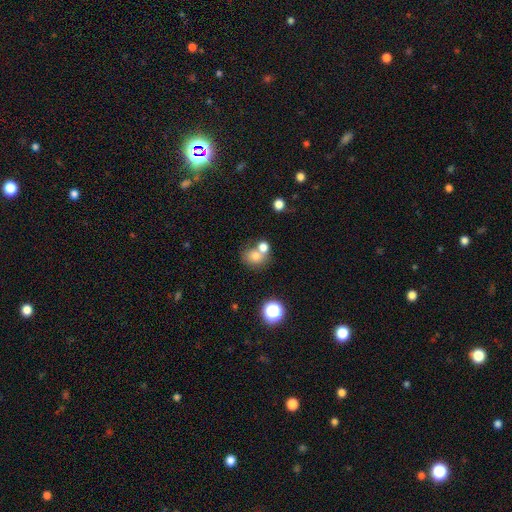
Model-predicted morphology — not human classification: Smooth or featured: smooth — 74% (star or artifact — 14%)
How rounded: round — 71% (in between — 28%)
Merging: none — 46% (merger — 42%)